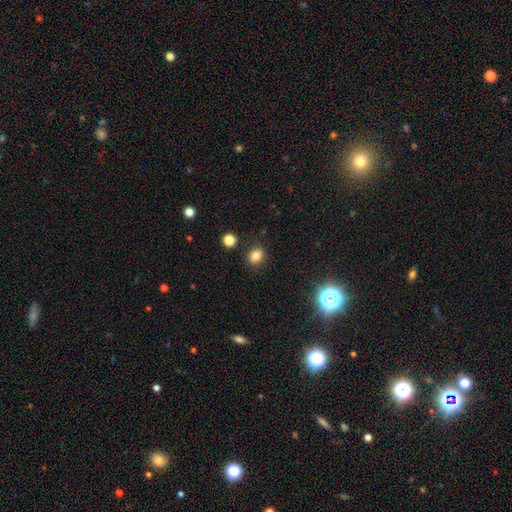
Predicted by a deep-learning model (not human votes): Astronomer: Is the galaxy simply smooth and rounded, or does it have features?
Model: smooth — 80%.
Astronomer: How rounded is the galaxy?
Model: round — 58% (runner-up: in between, 41%).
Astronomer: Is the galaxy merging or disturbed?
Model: none — 84%.